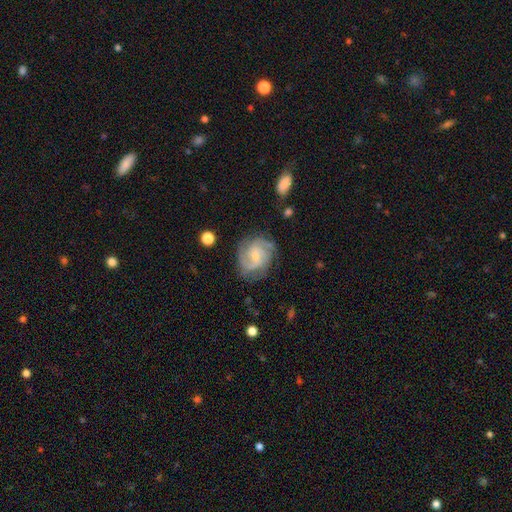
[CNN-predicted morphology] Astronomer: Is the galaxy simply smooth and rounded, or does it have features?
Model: featured or disk — 82%.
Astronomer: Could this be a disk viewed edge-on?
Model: no — 98%.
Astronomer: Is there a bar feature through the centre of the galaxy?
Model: weak — 51% (runner-up: no, 40%).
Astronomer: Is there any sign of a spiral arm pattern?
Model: yes — 96%.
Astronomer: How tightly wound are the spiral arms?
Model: medium — 49% (runner-up: tight, 38%).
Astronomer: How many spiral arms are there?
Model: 2 — 55%.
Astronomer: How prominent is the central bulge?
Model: small — 62%.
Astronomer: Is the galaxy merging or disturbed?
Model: none — 72%.